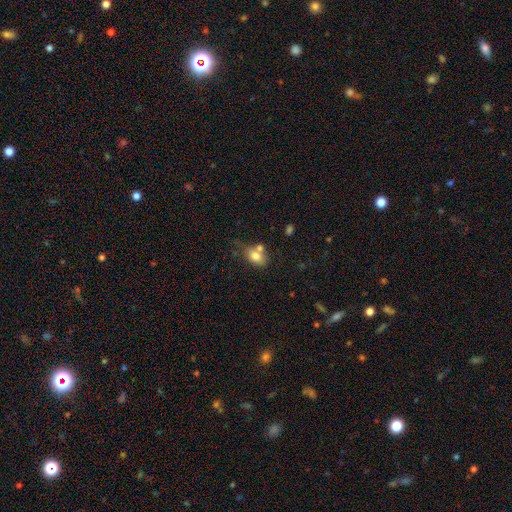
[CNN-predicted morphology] Smooth or featured: smooth — 76% (featured or disk — 15%)
How rounded: in between — 74% (round — 24%)
Merging: none — 41% (merger — 32%)